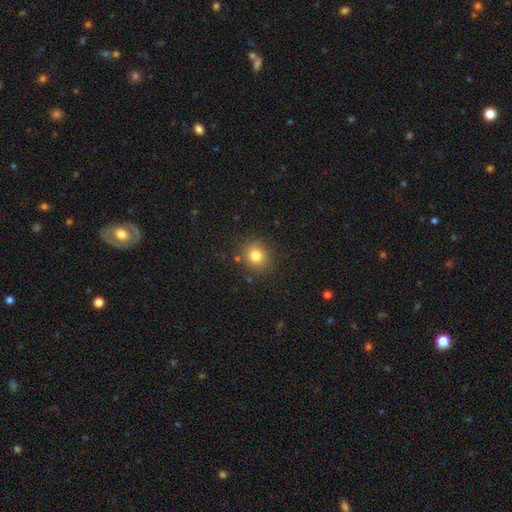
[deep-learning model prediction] A smooth galaxy with no disk features (80%) that is round (85%). Merging: none (84%).